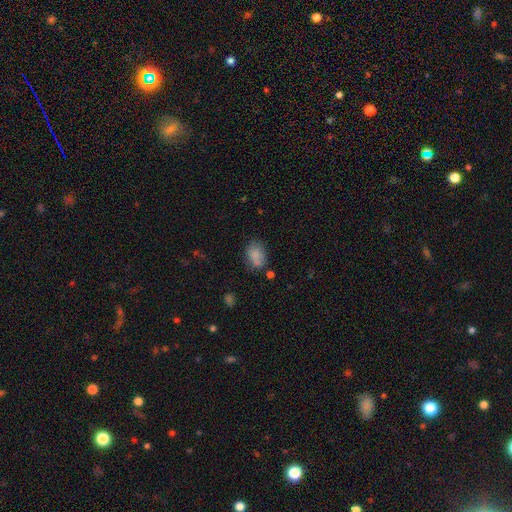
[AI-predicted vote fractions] smooth_or_featured: smooth (p=0.82) [alt: star or artifact p=0.10]
how_rounded: in between (p=0.78) [alt: round p=0.21]
merging: none (p=0.62) [alt: minor disturbance p=0.22]